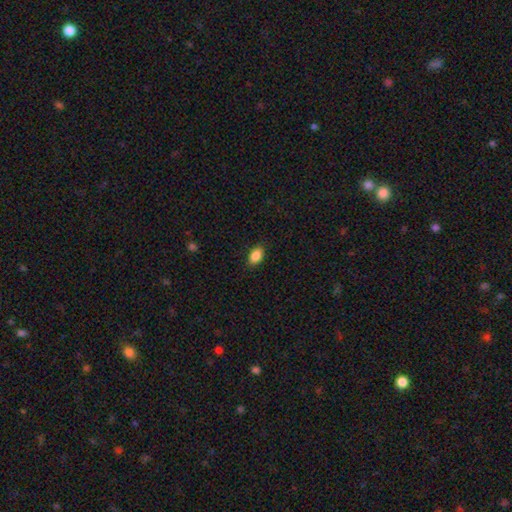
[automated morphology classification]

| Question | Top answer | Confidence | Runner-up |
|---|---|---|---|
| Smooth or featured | smooth | 87% | star or artifact (8%) |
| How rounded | in between | 89% | round (9%) |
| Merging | none | 87% | minor disturbance (10%) |